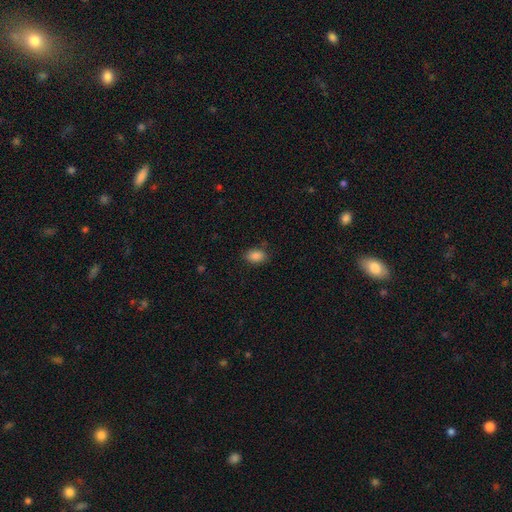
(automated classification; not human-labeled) A smooth galaxy with no disk features (86%) that is in between round and cigar-shaped (84%). Merging: none (82%).